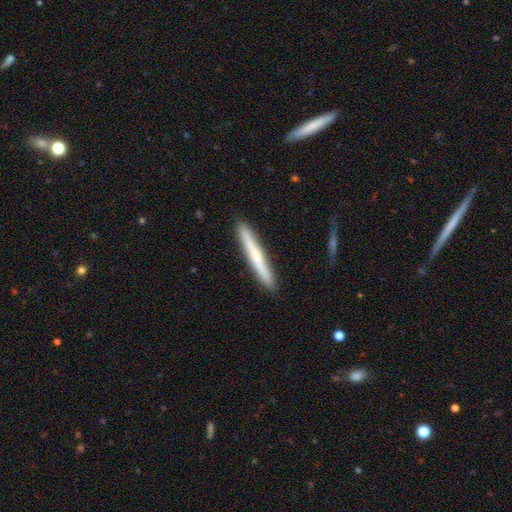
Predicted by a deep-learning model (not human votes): A smooth galaxy with no disk features (52%) that is cigar-shaped (96%).

Vote fractions:
- Smooth or featured? smooth: 52% / featured or disk: 43% / star or artifact: 6%
- How rounded? cigar-shaped: 96% / in between: 2% / round: 1%
- Merging? none: 91% / minor disturbance: 7% / major disturbance: 1% / merger: 1%